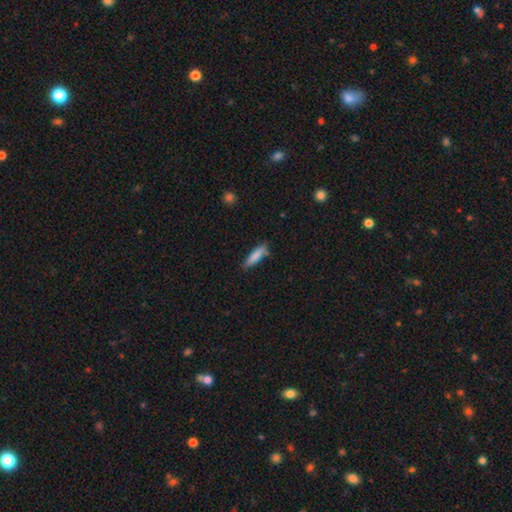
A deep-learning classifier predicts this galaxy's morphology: type=smooth (82%); roundness=cigar-shaped (64%); merging=none (71%).